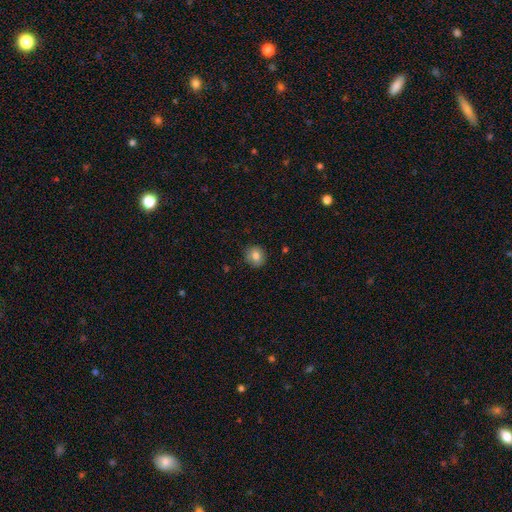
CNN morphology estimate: This appears to be a smooth galaxy with no disk features (81%) that is round (85%). Merging: none (86%).